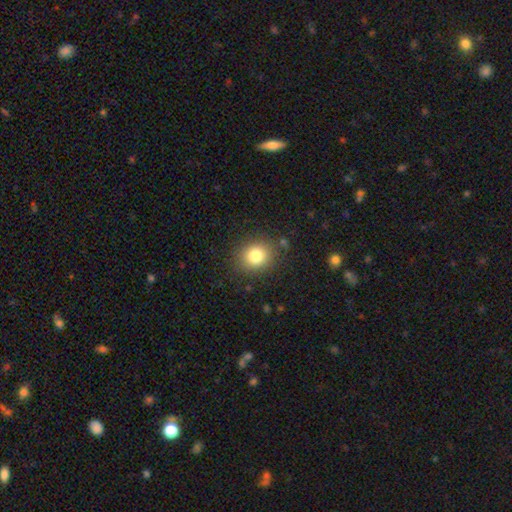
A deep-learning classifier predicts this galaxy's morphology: type=smooth (81%); roundness=round (75%); merging=none (85%).